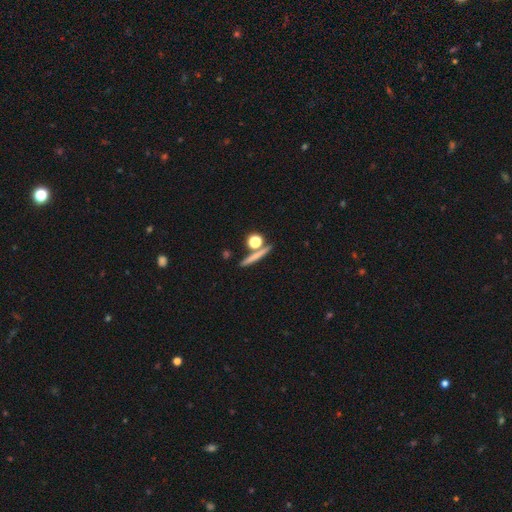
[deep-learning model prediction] smooth-or-featured: smooth: 62% | featured or disk: 24% | star or artifact: 13%
  how-rounded: cigar-shaped: 66% | round: 23% | in between: 12%
  merging: none: 75% | merger: 13% | minor disturbance: 8% | major disturbance: 4%